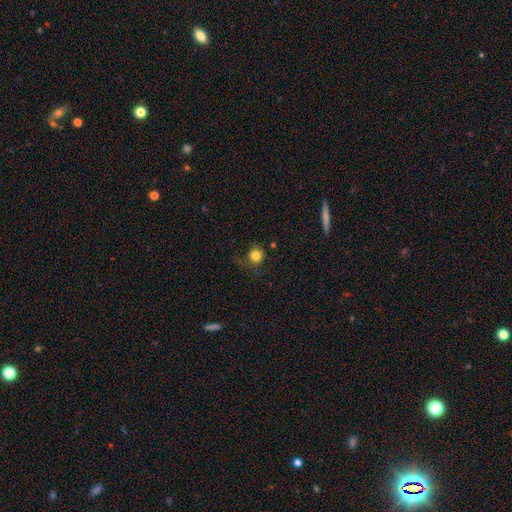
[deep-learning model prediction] This is clearly a smooth galaxy (82%). How rounded: clearly round (91%). Merging: likely none (76%).